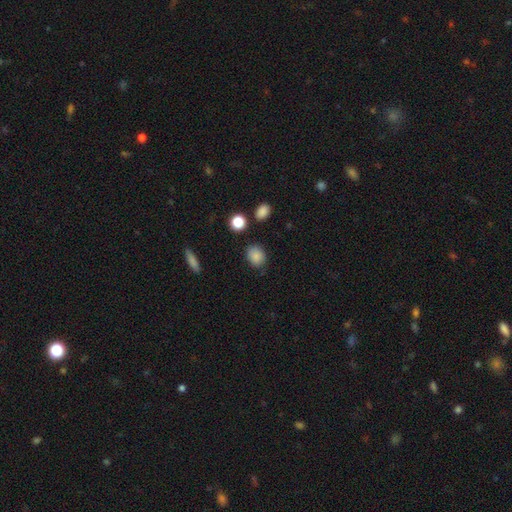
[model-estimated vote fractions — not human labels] This is clearly a smooth galaxy (85%). How rounded: possibly round (51%). Merging: clearly none (80%).